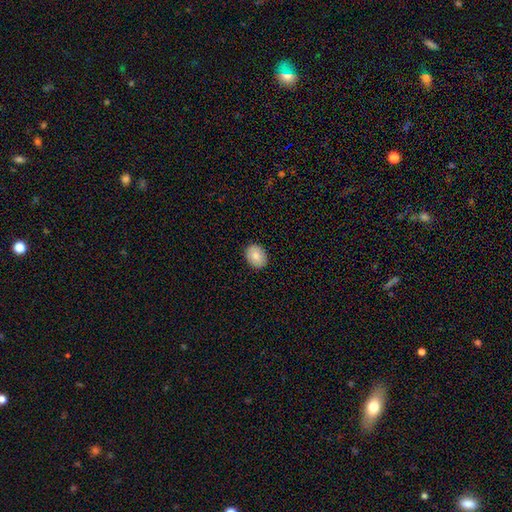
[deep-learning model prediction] Smooth or featured?
  - smooth: 82% *
  - featured or disk: 11%
  - star or artifact: 7%
How rounded?
  - in between: 61% *
  - round: 38%
  - cigar-shaped: 1%
Merging?
  - none: 90% *
  - minor disturbance: 7%
  - major disturbance: 2%
  - merger: 1%